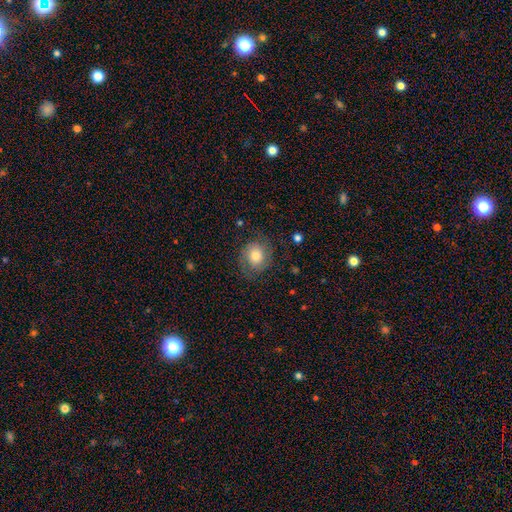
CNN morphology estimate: Smooth or featured? smooth (56%)
How rounded? round (77%)
Merging? none (74%)